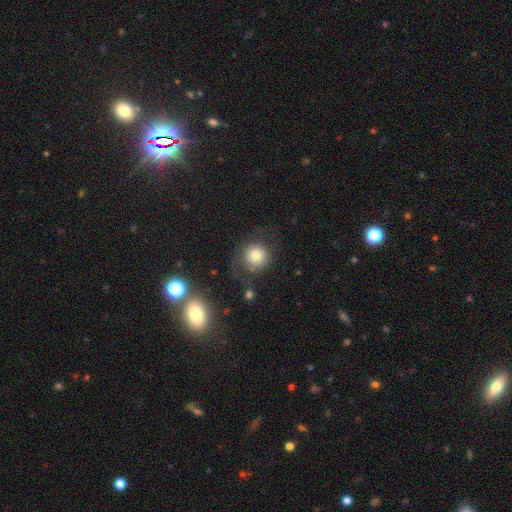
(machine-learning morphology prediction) Smooth or featured? smooth (74%)
How rounded? round (90%)
Merging? none (58%)